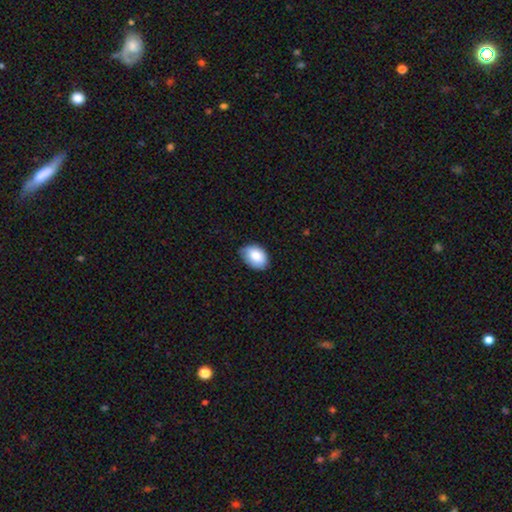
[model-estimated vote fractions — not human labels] A smooth galaxy with no disk features (83%) that is in between round and cigar-shaped (84%).

Vote fractions:
- Smooth or featured? smooth: 83% / featured or disk: 10% / star or artifact: 7%
- How rounded? in between: 84% / round: 15% / cigar-shaped: 1%
- Merging? none: 70% / minor disturbance: 26% / major disturbance: 3% / merger: 1%